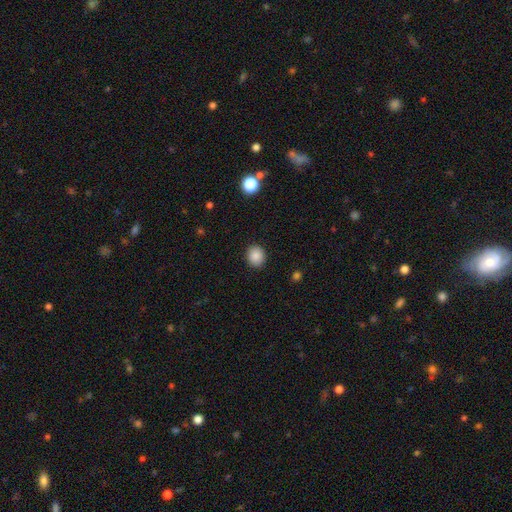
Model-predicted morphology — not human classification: A smooth galaxy with no disk features (88%) that is round (68%). Merging: none (90%).